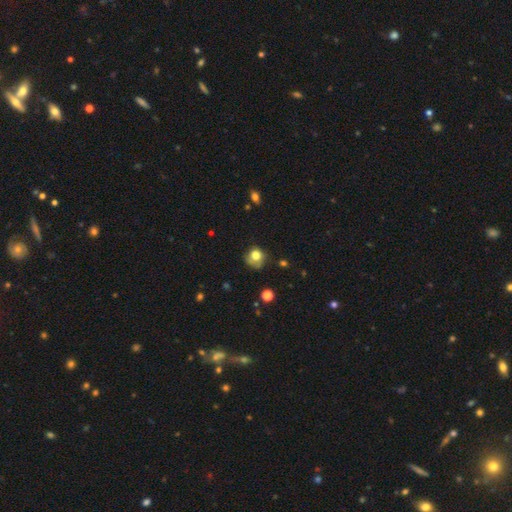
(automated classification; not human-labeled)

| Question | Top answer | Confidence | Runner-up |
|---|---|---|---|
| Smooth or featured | smooth | 77% | featured or disk (12%) |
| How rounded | round | 78% | in between (21%) |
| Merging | none | 51% | minor disturbance (31%) |